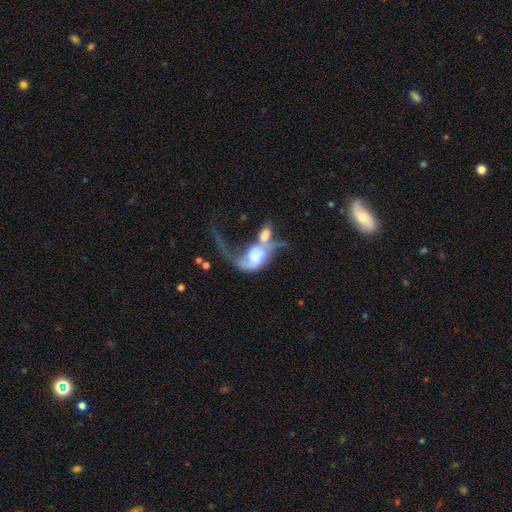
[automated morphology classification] A featured or disk galaxy (64%) with no bar (68%), spiral arms (78%) and a large central bulge (32%). Merging: merger (64%).